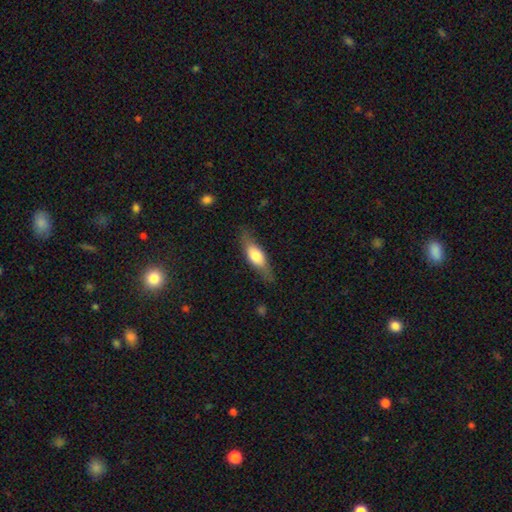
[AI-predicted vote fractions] Morphology: type=smooth (61%); roundness=in between (58%); merging=none (75%).